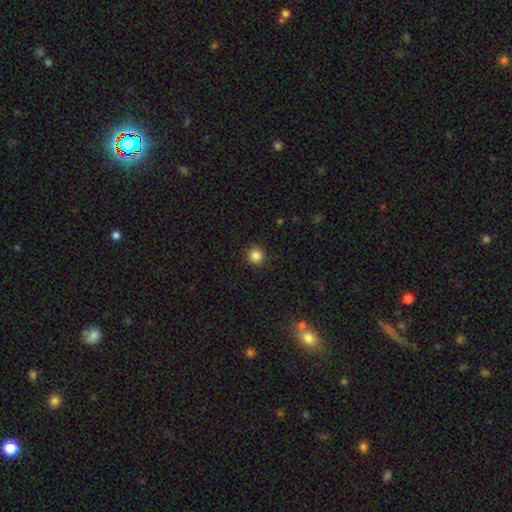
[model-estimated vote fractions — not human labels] The model was most divided on "smooth or featured": smooth: 85%, star or artifact: 11%, featured or disk: 4%. More confident: how rounded — round (95%); merging — none (92%).